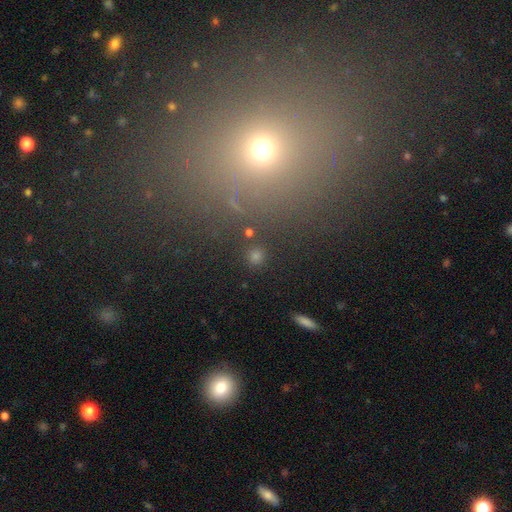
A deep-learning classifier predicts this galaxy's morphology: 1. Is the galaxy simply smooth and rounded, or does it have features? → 68% smooth, 24% star or artifact, 8% featured or disk.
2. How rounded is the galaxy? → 91% round, 7% in between, 2% cigar-shaped.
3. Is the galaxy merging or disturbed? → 88% none, 6% minor disturbance, 3% merger, 3% major disturbance.